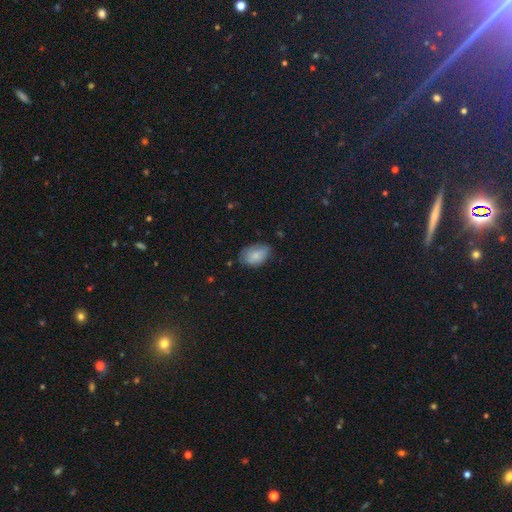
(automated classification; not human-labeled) smooth 78%, featured or disk 14%, star or artifact 8%. Down the decision tree: how rounded — in between (86%); merging — none (59%).